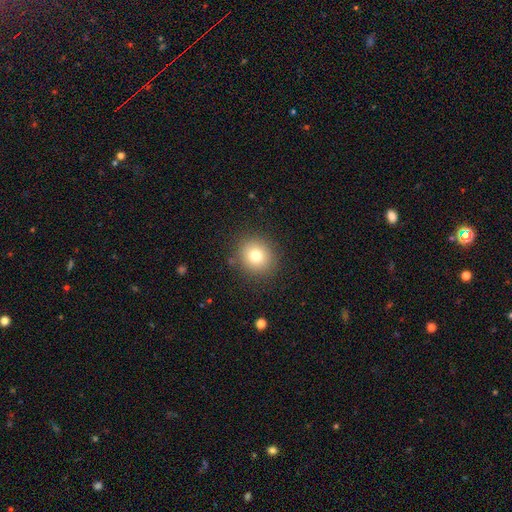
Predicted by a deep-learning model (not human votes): Morphology: type=smooth (78%); roundness=round (85%); merging=none (87%).